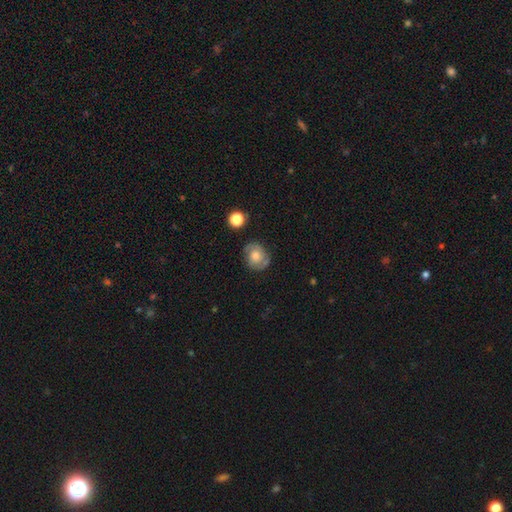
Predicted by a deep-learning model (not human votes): Smooth or featured?
  - featured or disk: 57% *
  - smooth: 33%
  - star or artifact: 9%
Edge-on disk?
  - no: 97% *
  - yes: 3%
Bar?
  - no: 77% *
  - weak: 20%
  - strong: 3%
Spiral arms?
  - yes: 83% *
  - no: 17%
Bulge size?
  - moderate: 56% *
  - small: 22%
  - large: 16%
  - none: 4%
  - dominant: 2%
Merging?
  - none: 76% *
  - minor disturbance: 16%
  - major disturbance: 5%
  - merger: 2%